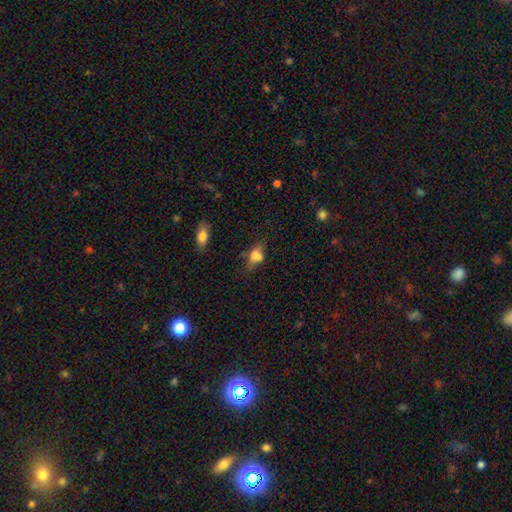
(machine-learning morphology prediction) This is likely a smooth galaxy (63%). How rounded: likely in between (76%). Merging: marginally none (44%).